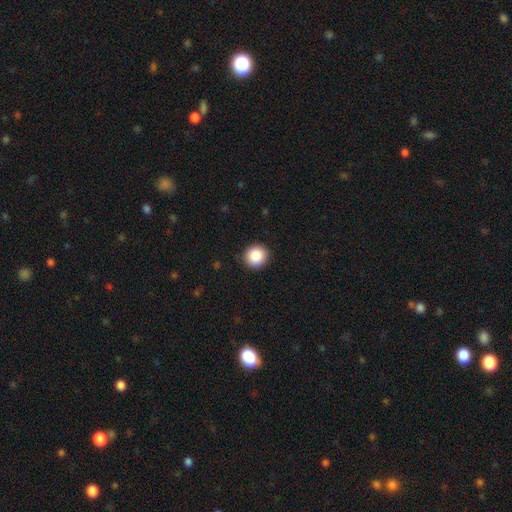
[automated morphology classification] Smooth or featured? Predicted: smooth (p=0.88). How rounded? Predicted: round (p=0.91). Merging? Predicted: none (p=0.92).